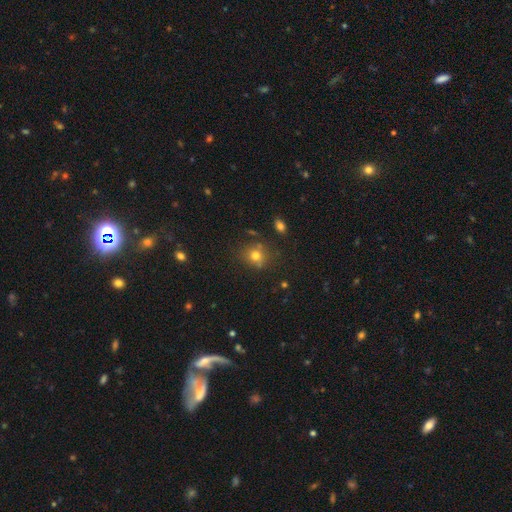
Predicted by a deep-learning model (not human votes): This appears to be a smooth galaxy with no disk features (74%) that is round (73%). Merging: none (73%).